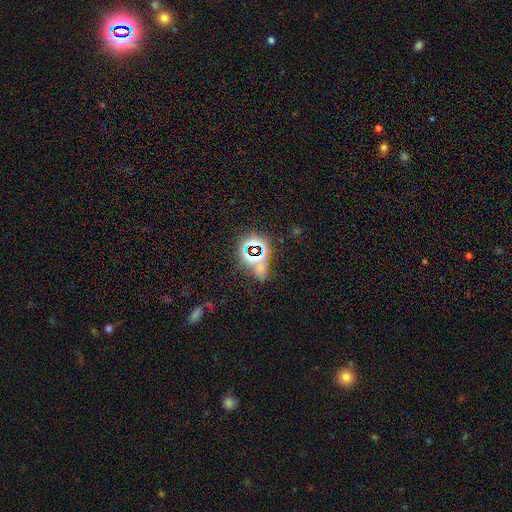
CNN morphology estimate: Smooth or featured? Predicted: star or artifact (p=0.66).